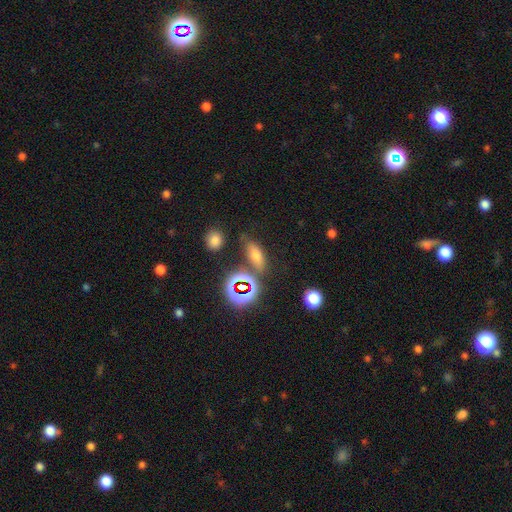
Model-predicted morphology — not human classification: Smooth or featured? smooth (55%)
How rounded? in between (60%)
Merging? none (74%)